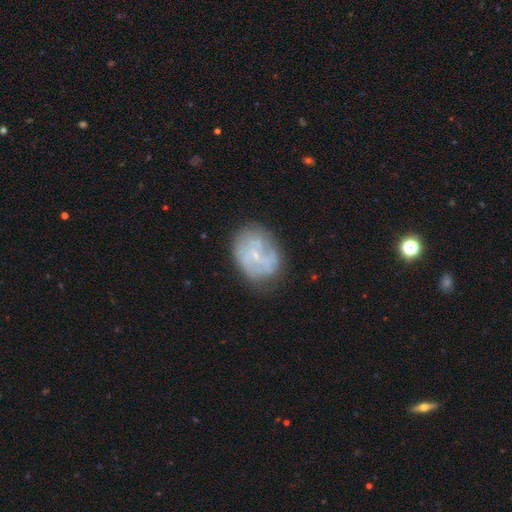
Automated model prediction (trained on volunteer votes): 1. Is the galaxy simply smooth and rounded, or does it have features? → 62% featured or disk, 29% smooth, 8% star or artifact.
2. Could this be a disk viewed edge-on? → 97% no, 3% yes.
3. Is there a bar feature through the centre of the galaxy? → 65% no, 29% weak, 6% strong.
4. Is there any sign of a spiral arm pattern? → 61% yes, 39% no.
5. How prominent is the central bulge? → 77% small, 14% moderate, 7% none, 1% large, 1% dominant.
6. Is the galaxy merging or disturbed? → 64% none, 22% minor disturbance, 10% major disturbance, 3% merger.